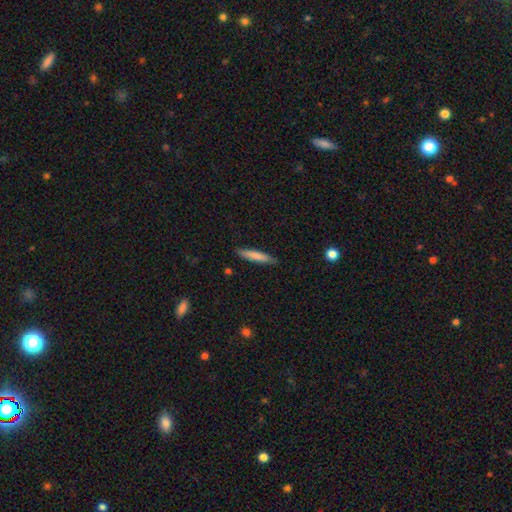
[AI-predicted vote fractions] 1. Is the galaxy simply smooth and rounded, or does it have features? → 78% smooth, 17% featured or disk, 6% star or artifact.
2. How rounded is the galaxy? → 89% cigar-shaped, 10% in between, 1% round.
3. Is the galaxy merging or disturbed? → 86% none, 11% minor disturbance, 2% major disturbance, 1% merger.